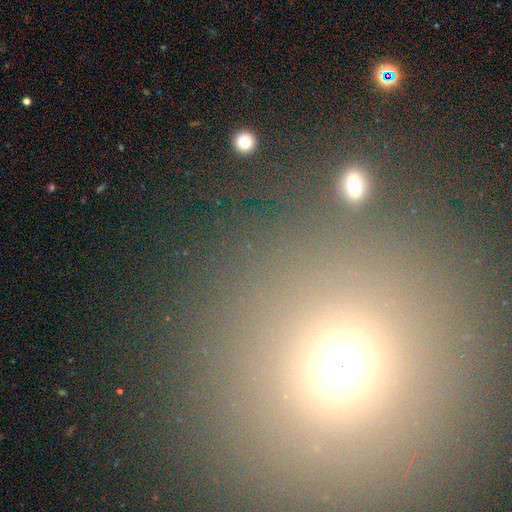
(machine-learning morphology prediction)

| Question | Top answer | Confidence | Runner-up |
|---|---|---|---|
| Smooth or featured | smooth | 56% | star or artifact (36%) |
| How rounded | round | 92% | in between (7%) |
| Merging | none | 85% | minor disturbance (6%) |